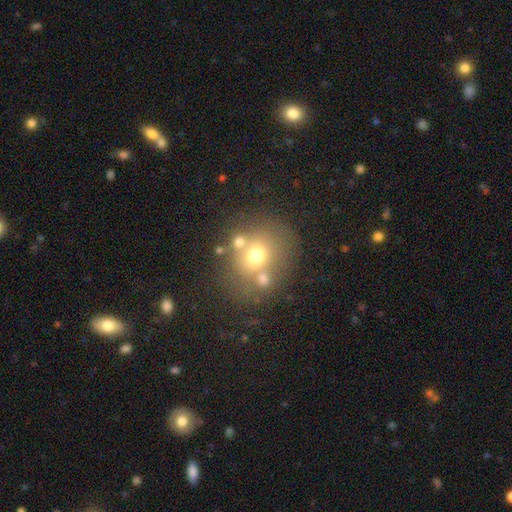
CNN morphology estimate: A smooth galaxy with no disk features (61%) that is round (72%). Merging: none (59%).